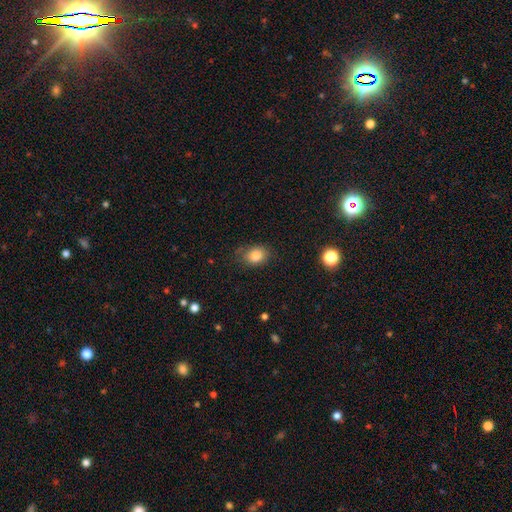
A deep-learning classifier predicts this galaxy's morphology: Q: Smooth or featured?
A: smooth (81%); runner-up: star or artifact (10%)
Q: How rounded?
A: in between (59%); runner-up: round (40%)
Q: Merging?
A: none (74%); runner-up: minor disturbance (20%)